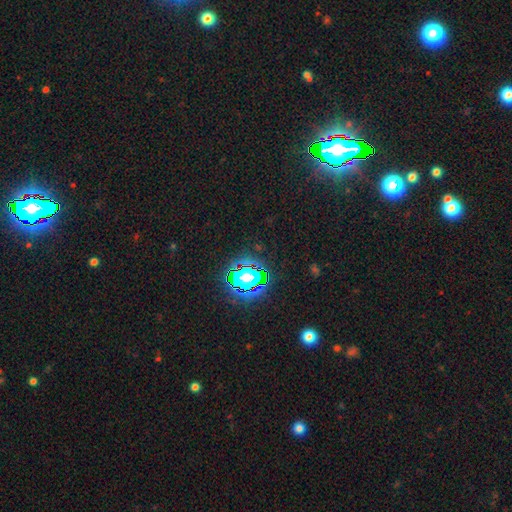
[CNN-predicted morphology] type=star or artifact (83%).